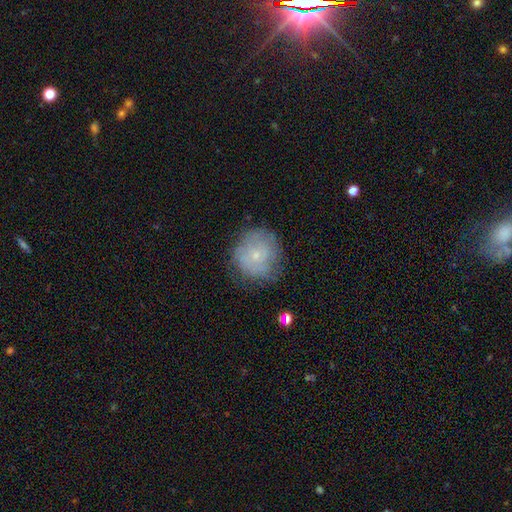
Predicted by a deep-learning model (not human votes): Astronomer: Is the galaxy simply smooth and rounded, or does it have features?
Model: smooth — 46% (runner-up: featured or disk, 44%).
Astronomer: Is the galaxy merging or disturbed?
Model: none — 68%.